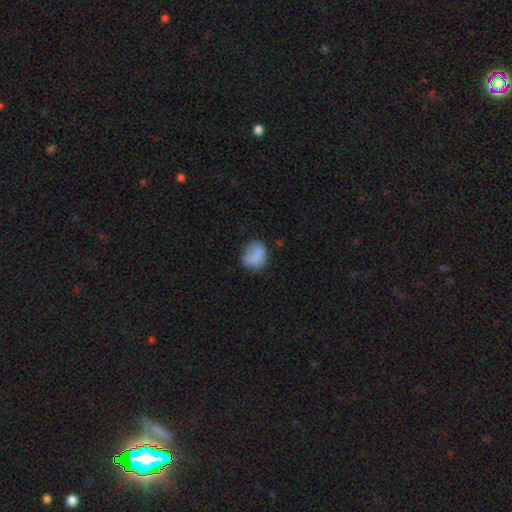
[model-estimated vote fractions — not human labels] This appears to be a smooth galaxy with no disk features (80%) that is round (58%). Merging: none (59%).